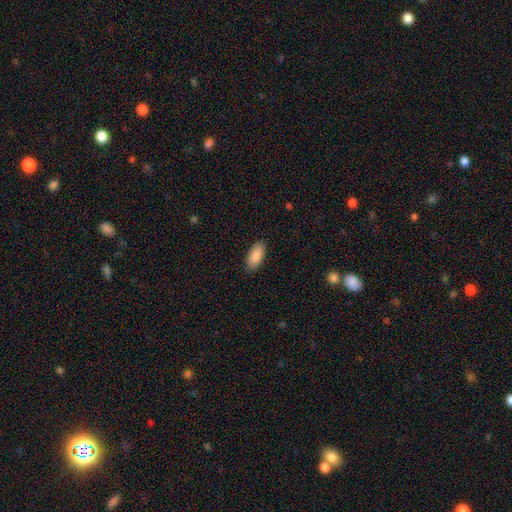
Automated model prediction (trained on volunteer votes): smooth-or-featured: smooth: 89% | star or artifact: 6% | featured or disk: 5%
  how-rounded: in between: 91% | cigar-shaped: 7% | round: 2%
  merging: none: 88% | minor disturbance: 9% | major disturbance: 2% | merger: 1%